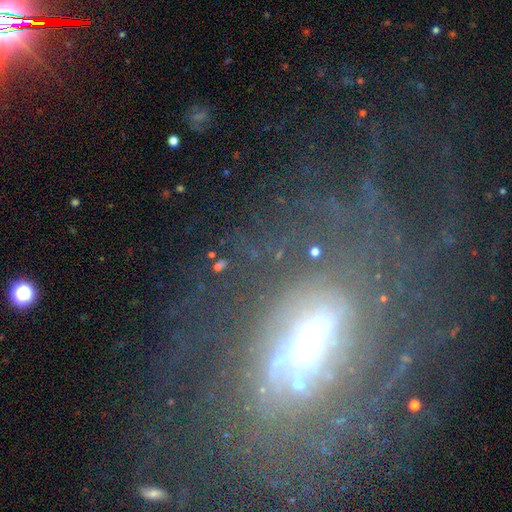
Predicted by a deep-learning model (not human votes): A featured or disk galaxy (77%) with no bar (39%), tight (52%) spiral arms (84%) and a small central bulge (43%). Merging: none (61%).